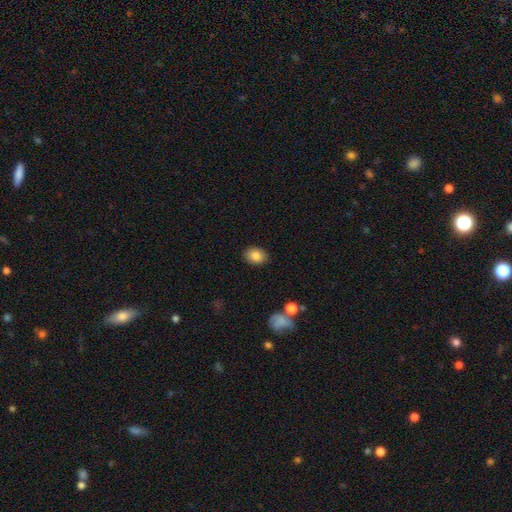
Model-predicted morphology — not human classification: smooth_or_featured: smooth (p=0.84) [alt: star or artifact p=0.08]
how_rounded: in between (p=0.70) [alt: round p=0.29]
merging: none (p=0.88) [alt: minor disturbance p=0.08]